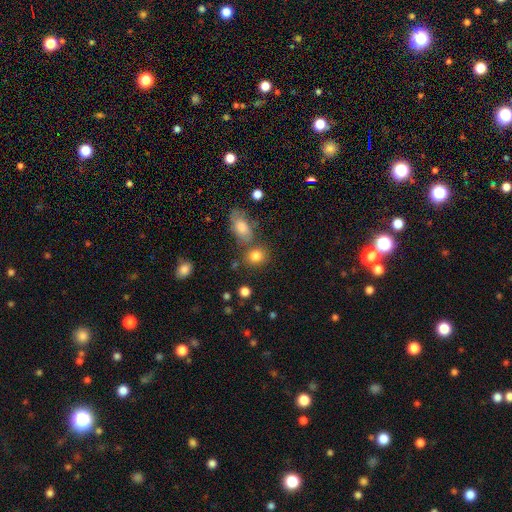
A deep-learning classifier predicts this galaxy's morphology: This appears to be a smooth galaxy with no disk features (82%) that is round (62%). Merging: none (64%).